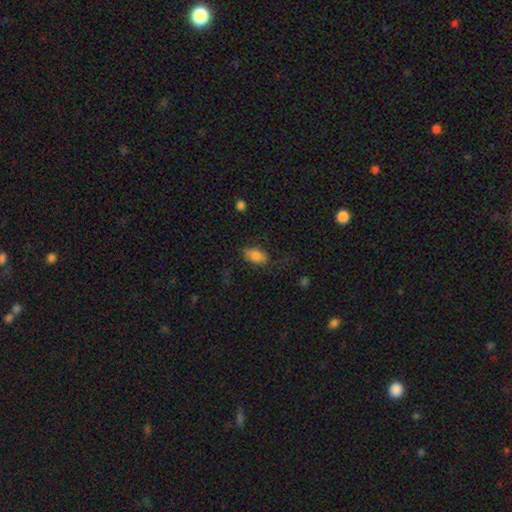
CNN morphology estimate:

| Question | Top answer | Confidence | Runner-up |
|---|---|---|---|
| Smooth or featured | smooth | 82% | star or artifact (9%) |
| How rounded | in between | 91% | round (6%) |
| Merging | none | 66% | minor disturbance (22%) |